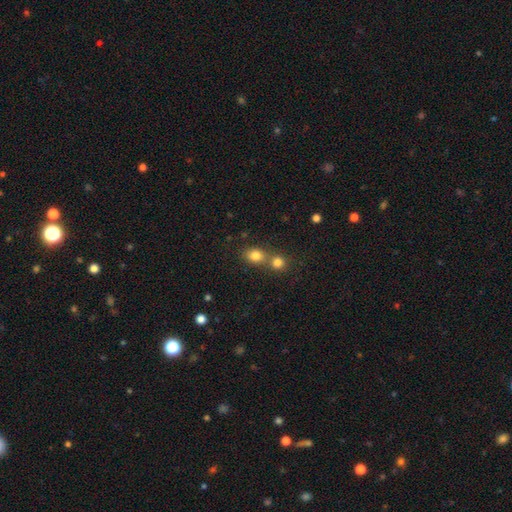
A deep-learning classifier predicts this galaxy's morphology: This is clearly a smooth galaxy (81%). How rounded: possibly round (50%). Merging: possibly merger (46%).